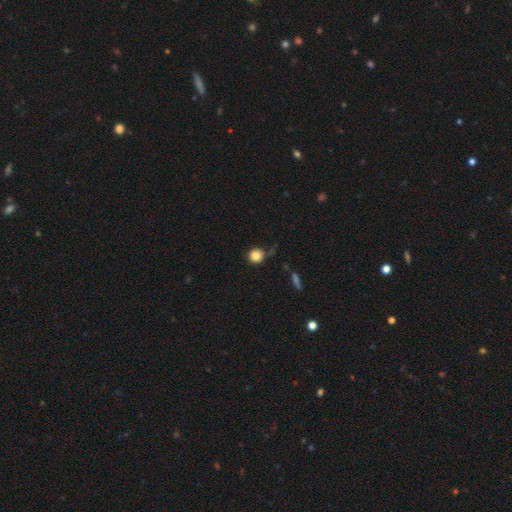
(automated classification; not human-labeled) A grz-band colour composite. It shows a smooth galaxy with no disk features (84%) that is round (93%). Merging: none (76%).